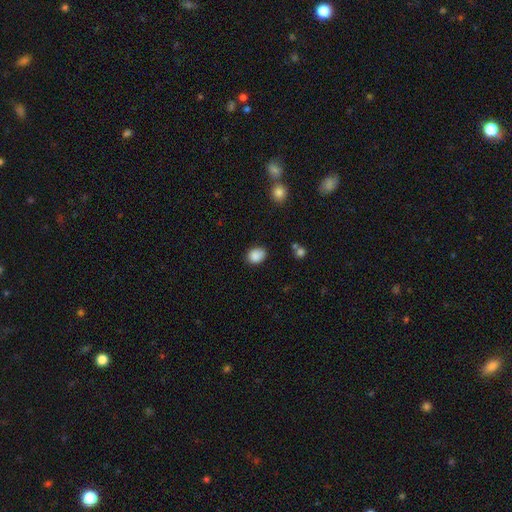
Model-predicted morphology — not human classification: A smooth galaxy with no disk features (87%) that is in between round and cigar-shaped (57%). Merging: none (75%).